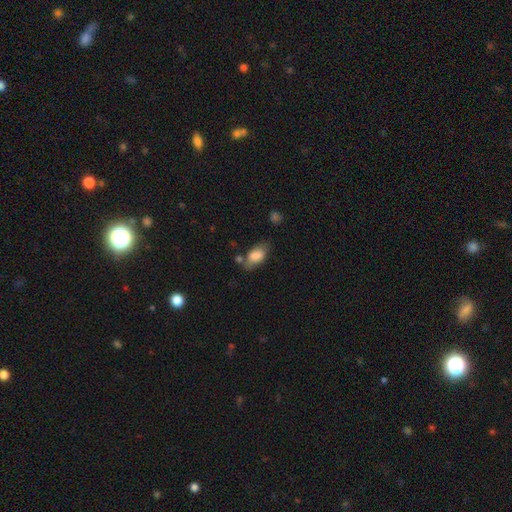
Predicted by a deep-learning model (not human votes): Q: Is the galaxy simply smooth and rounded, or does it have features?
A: smooth — 80%.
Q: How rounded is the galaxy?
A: in between — 90%.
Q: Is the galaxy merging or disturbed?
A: none — 59%.